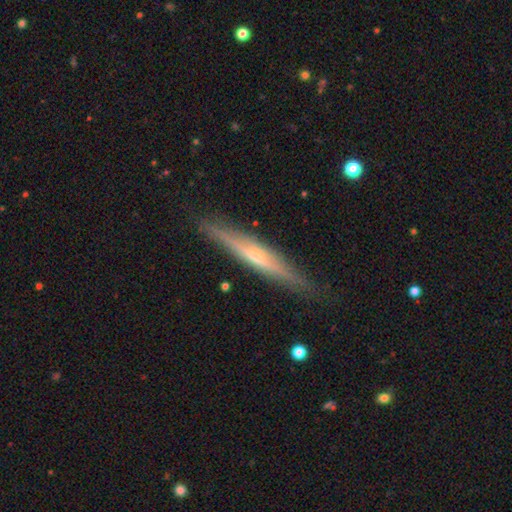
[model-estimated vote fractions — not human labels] This appears to be a featured or disk galaxy (68%) viewed edge-on (96%) with a rounded central bulge (54%). Merging: none (88%).